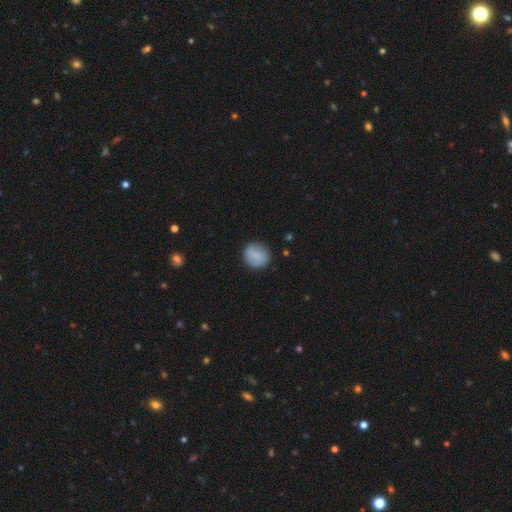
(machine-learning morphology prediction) This is clearly a smooth galaxy (81%). How rounded: clearly round (87%). Merging: clearly none (83%).